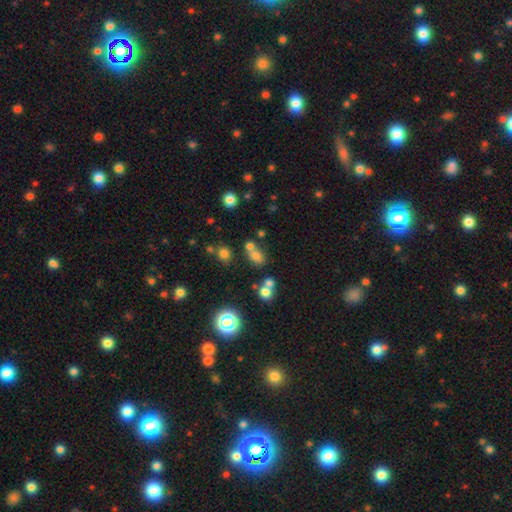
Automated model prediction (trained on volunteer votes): Smooth or featured: smooth — 66% (star or artifact — 22%)
How rounded: in between — 59% (round — 39%)
Merging: none — 46% (merger — 38%)